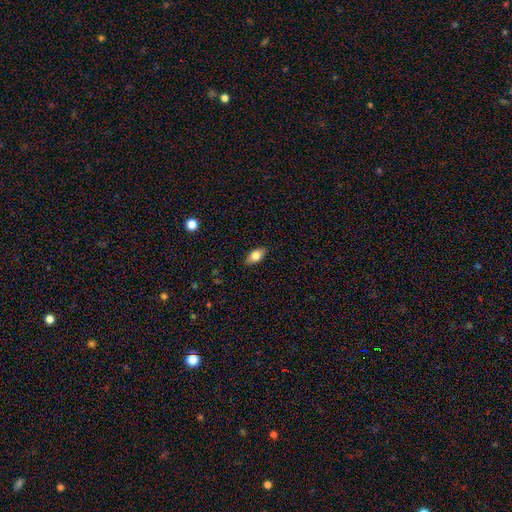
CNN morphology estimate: type=smooth (72%); roundness=in between (86%); merging=none (86%).